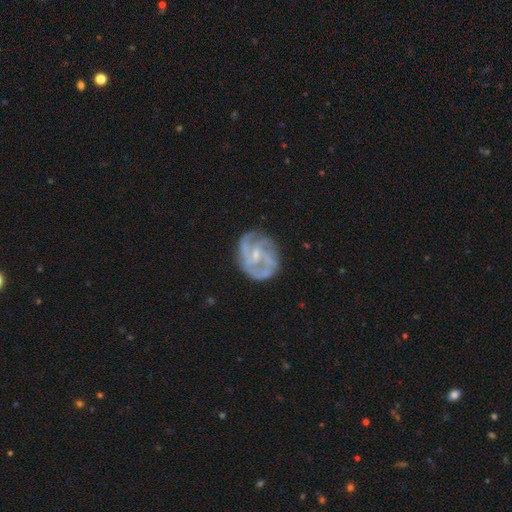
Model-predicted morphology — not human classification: featured or disk 85%, smooth 9%, star or artifact 6%. Down the decision tree: edge-on disk — no (98%); bar — weak (49%); spiral arms — yes (94%); spiral arm count — 3 (35%); spiral winding — medium (48%); bulge size — small (64%); merging — none (69%).